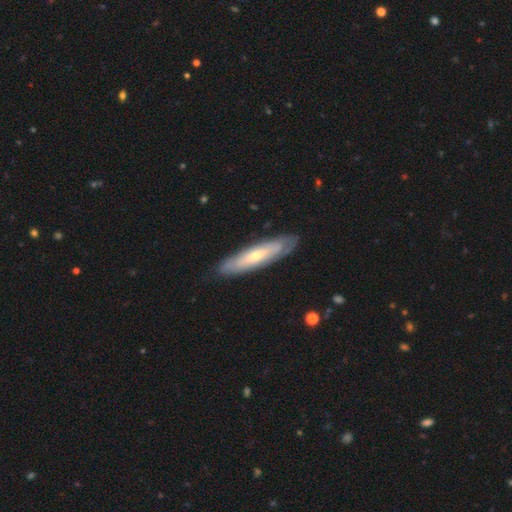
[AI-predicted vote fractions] This appears to be a featured or disk galaxy (54%) viewed edge-on (54%). Merging: none (84%).